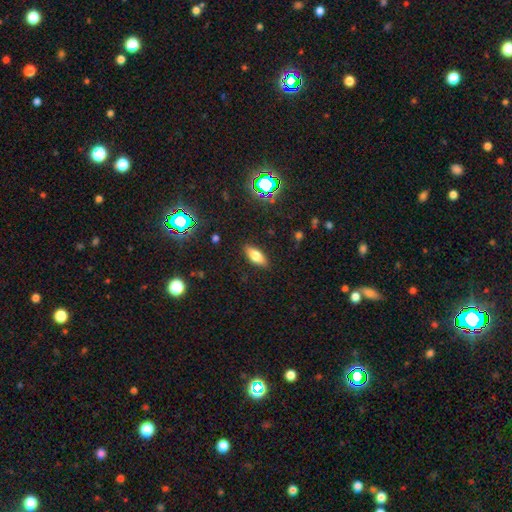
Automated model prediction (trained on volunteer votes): Q: Smooth or featured?
A: smooth (70%); runner-up: featured or disk (19%)
Q: How rounded?
A: in between (78%); runner-up: cigar-shaped (19%)
Q: Merging?
A: none (87%); runner-up: minor disturbance (9%)